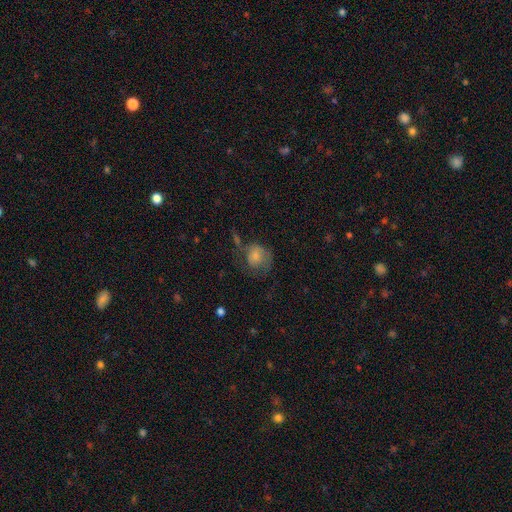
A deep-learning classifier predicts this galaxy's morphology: Smooth or featured? smooth (64%)
How rounded? round (75%)
Merging? none (37%)